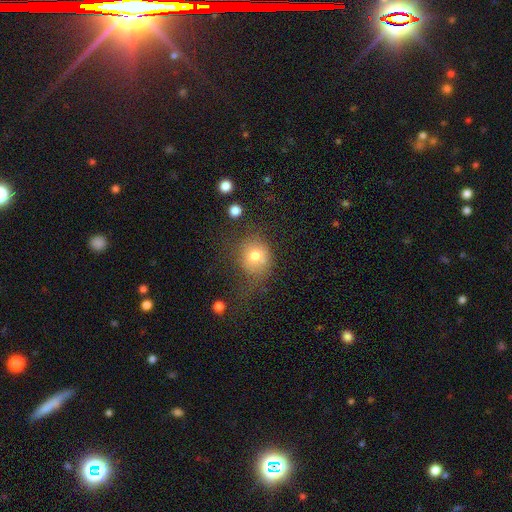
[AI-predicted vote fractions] Smooth or featured? Predicted: smooth (p=0.73). How rounded? Predicted: round (p=0.74). Merging? Predicted: none (p=0.53).